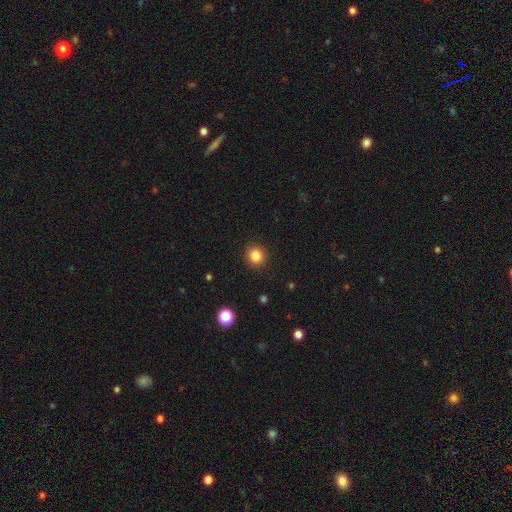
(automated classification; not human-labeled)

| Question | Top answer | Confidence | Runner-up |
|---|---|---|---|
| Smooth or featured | smooth | 84% | star or artifact (11%) |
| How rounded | round | 89% | in between (10%) |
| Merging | none | 91% | minor disturbance (6%) |